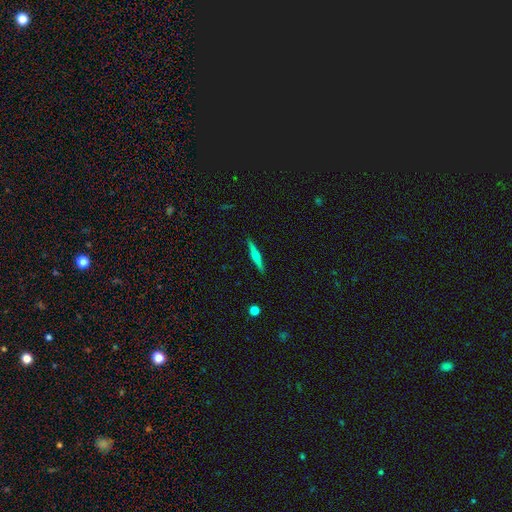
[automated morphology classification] This appears to be a featured or disk galaxy (62%) viewed edge-on (98%) with a rounded central bulge (86%). Merging: none (91%).